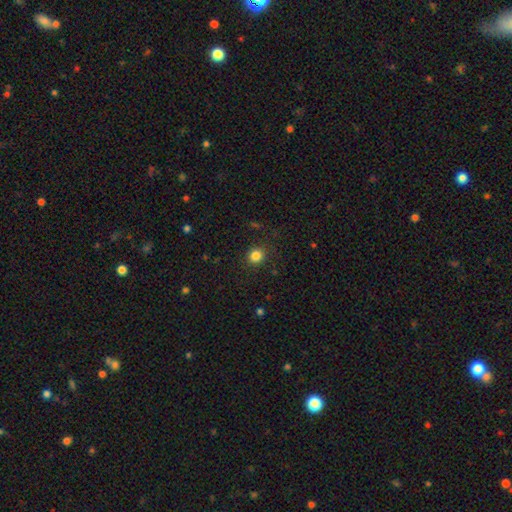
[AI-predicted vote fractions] A smooth galaxy with no disk features (83%) that is round (84%). Merging: none (88%).